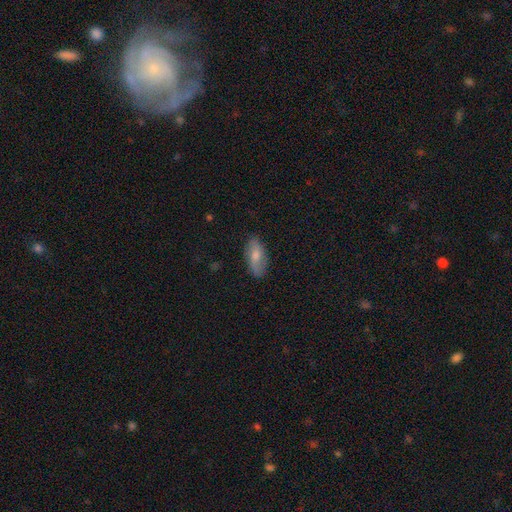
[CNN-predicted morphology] This appears to be a smooth galaxy with no disk features (66%) that is in between round and cigar-shaped (88%). Merging: none (81%).